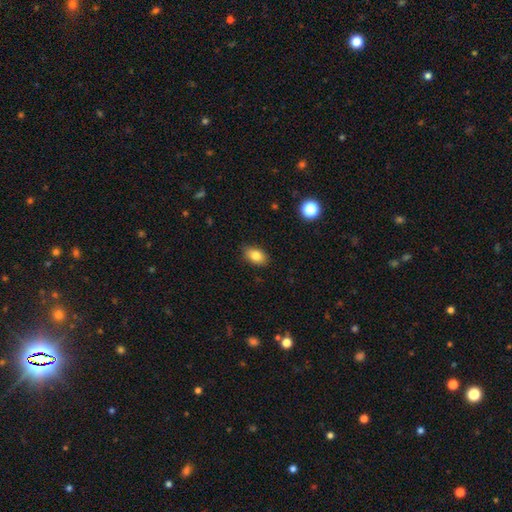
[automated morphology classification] Smooth or featured? smooth (83%)
How rounded? in between (88%)
Merging? none (86%)